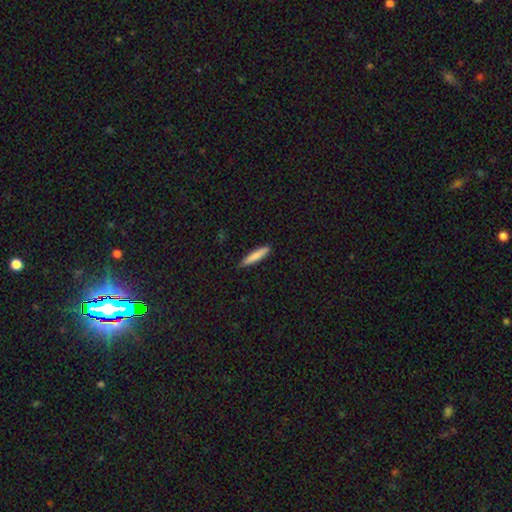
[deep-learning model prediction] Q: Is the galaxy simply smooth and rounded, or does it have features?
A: smooth — 81%.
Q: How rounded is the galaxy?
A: cigar-shaped — 88%.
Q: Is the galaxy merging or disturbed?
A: none — 87%.